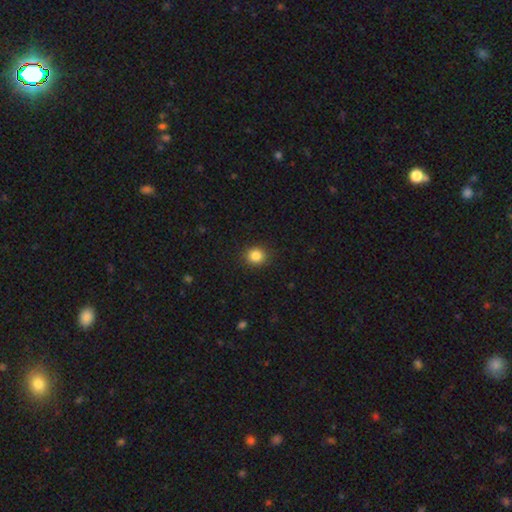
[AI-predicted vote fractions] Smooth or featured: smooth — 85% (star or artifact — 10%)
How rounded: round — 82% (in between — 17%)
Merging: none — 90% (minor disturbance — 7%)